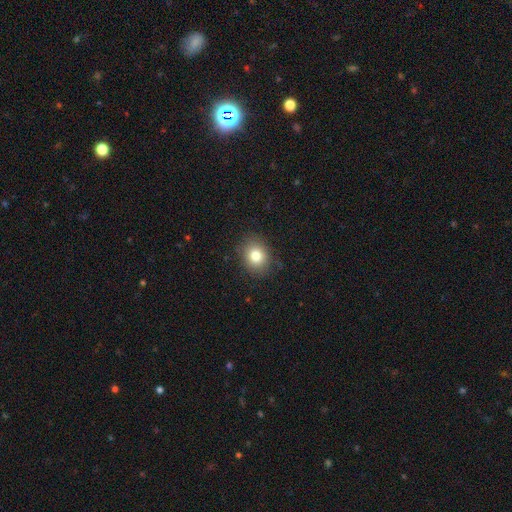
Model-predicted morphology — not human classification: A smooth galaxy with no disk features (79%) that is round (62%).

Vote fractions:
- Smooth or featured? smooth: 79% / star or artifact: 11% / featured or disk: 10%
- How rounded? round: 62% / in between: 38% / cigar-shaped: 1%
- Merging? none: 85% / minor disturbance: 11% / major disturbance: 3% / merger: 1%